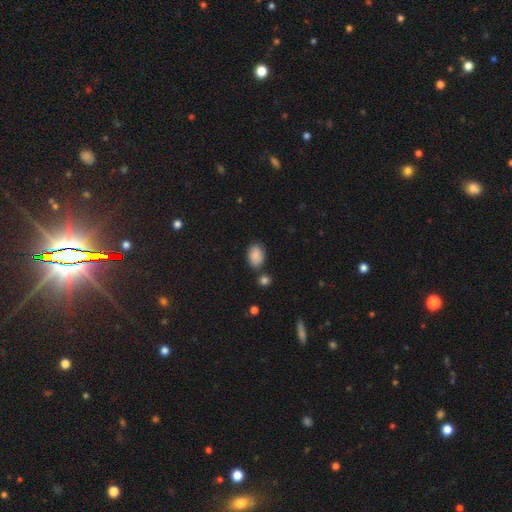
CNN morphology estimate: Smooth or featured: smooth — 85% (star or artifact — 8%)
How rounded: in between — 84% (round — 15%)
Merging: none — 73% (minor disturbance — 15%)